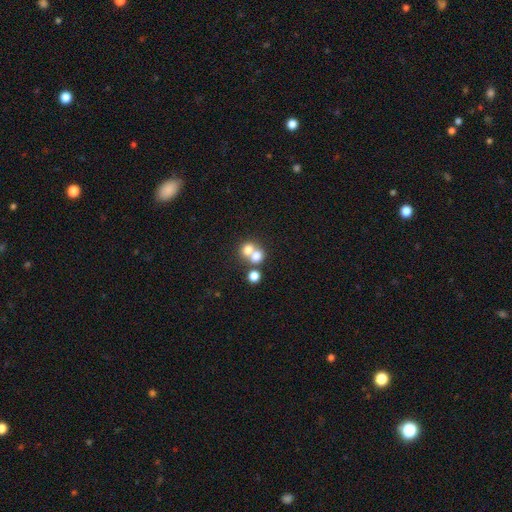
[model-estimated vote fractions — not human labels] The model was most divided on "merging": merger: 58%, none: 33%, minor disturbance: 5%, major disturbance: 3%. More confident: how rounded — round (75%); smooth or featured — smooth (71%).